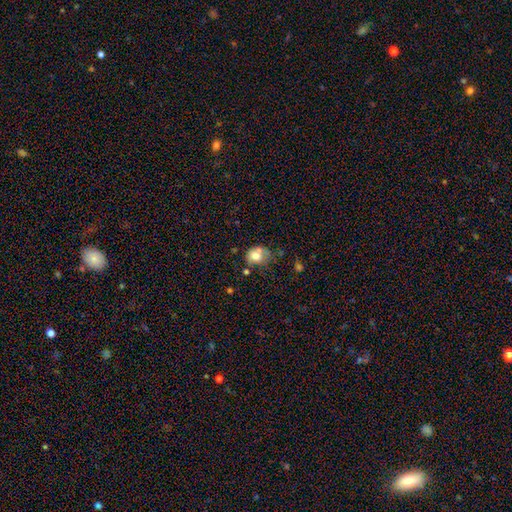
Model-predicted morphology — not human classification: The model was most divided on "merging": none: 37%, minor disturbance: 29%, merger: 19%, major disturbance: 15%. More confident: smooth or featured — smooth (73%); how rounded — round (55%).